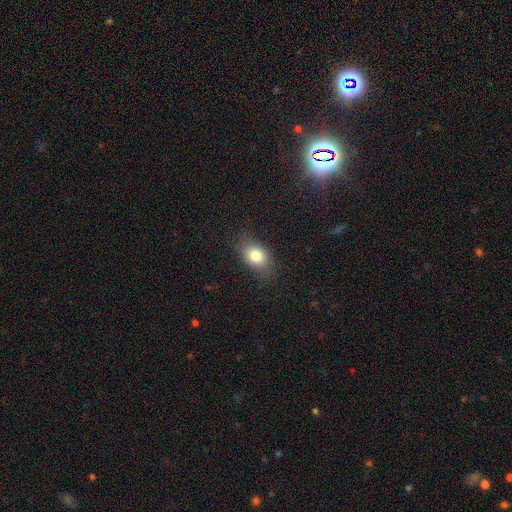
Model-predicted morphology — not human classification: This is likely a smooth galaxy (80%). How rounded: likely in between (74%). Merging: likely none (79%).